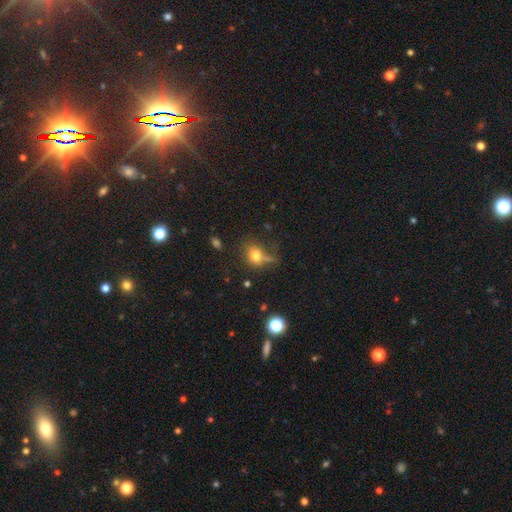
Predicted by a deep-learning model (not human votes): smooth_or_featured: smooth (p=0.74) [alt: star or artifact p=0.14]
how_rounded: round (p=0.58) [alt: in between p=0.40]
merging: none (p=0.51) [alt: minor disturbance p=0.22]